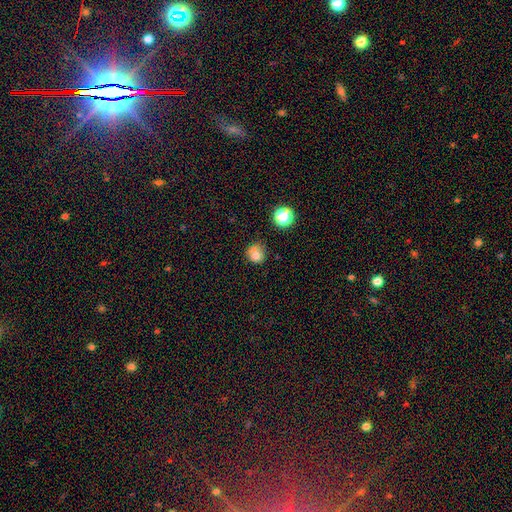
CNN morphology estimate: type=smooth (73%); roundness=round (79%); merging=none (50%).